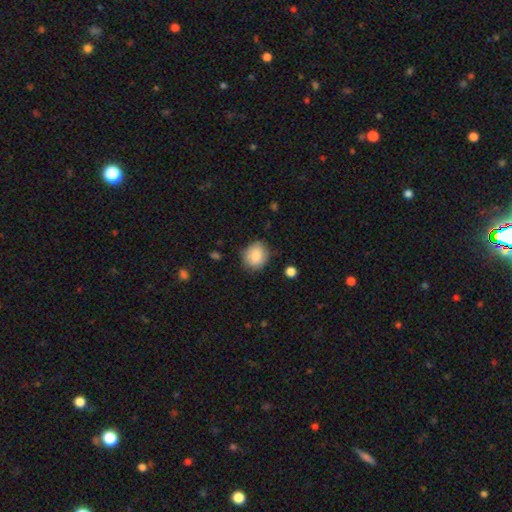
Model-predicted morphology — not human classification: smooth_or_featured: smooth (p=0.83) [alt: featured or disk p=0.09]
how_rounded: round (p=0.69) [alt: in between p=0.30]
merging: none (p=0.80) [alt: minor disturbance p=0.16]